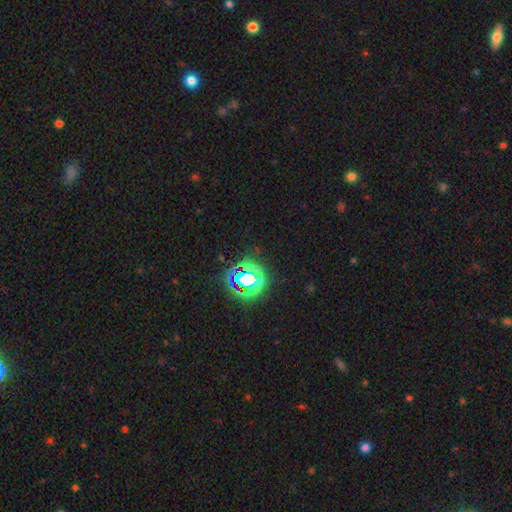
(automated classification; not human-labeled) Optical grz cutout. It shows a star or artifact, not a galaxy (78%).